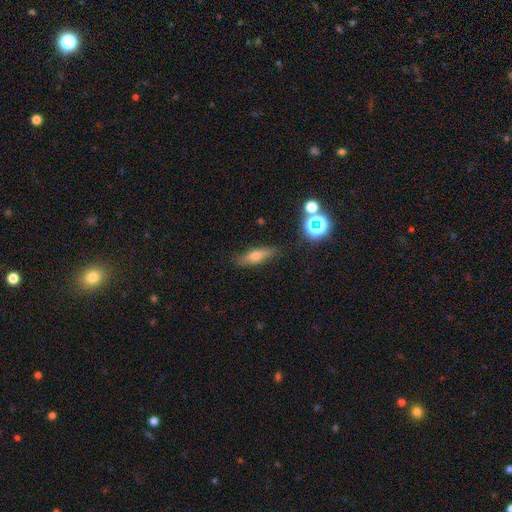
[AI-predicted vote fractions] Smooth or featured?
  - smooth: 59% *
  - featured or disk: 29%
  - star or artifact: 12%
How rounded?
  - cigar-shaped: 55% *
  - in between: 41%
  - round: 5%
Merging?
  - none: 82% *
  - minor disturbance: 12%
  - major disturbance: 3%
  - merger: 2%